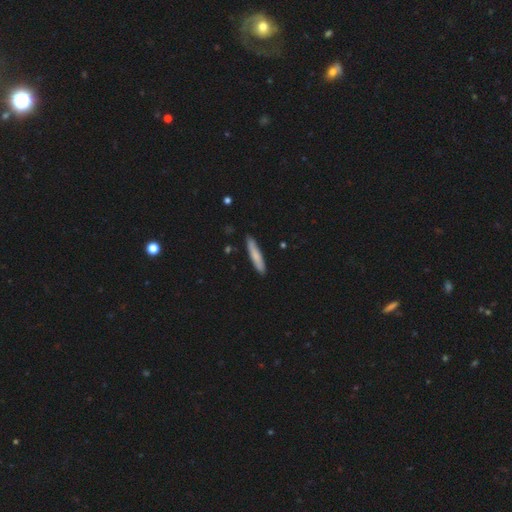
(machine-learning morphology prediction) Smooth or featured?
  - smooth: 76% *
  - featured or disk: 18%
  - star or artifact: 5%
How rounded?
  - cigar-shaped: 90% *
  - in between: 8%
  - round: 1%
Merging?
  - none: 88% *
  - minor disturbance: 9%
  - major disturbance: 2%
  - merger: 2%